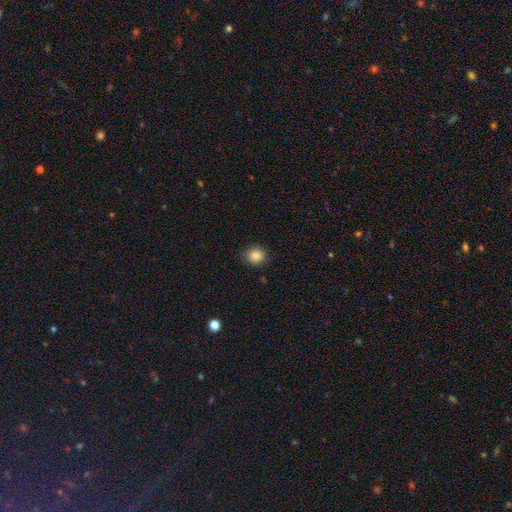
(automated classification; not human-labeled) A smooth galaxy with no disk features (86%) that is round (81%).

Vote fractions:
- Smooth or featured? smooth: 86% / star or artifact: 10% / featured or disk: 4%
- How rounded? round: 81% / in between: 18% / cigar-shaped: 1%
- Merging? none: 86% / minor disturbance: 10% / major disturbance: 3% / merger: 1%